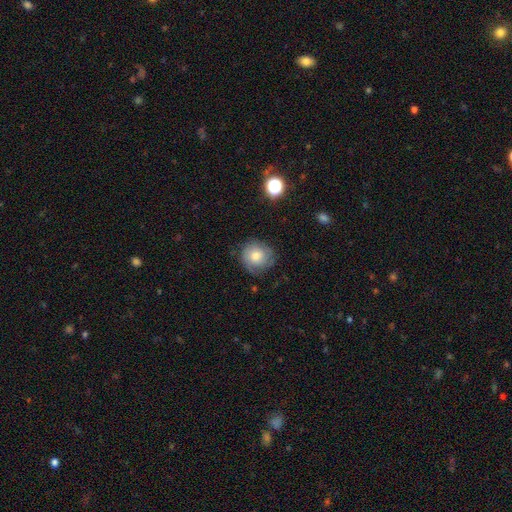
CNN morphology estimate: The model was most divided on "smooth or featured": smooth: 54%, featured or disk: 36%, star or artifact: 10%. More confident: how rounded — round (89%); merging — none (73%).